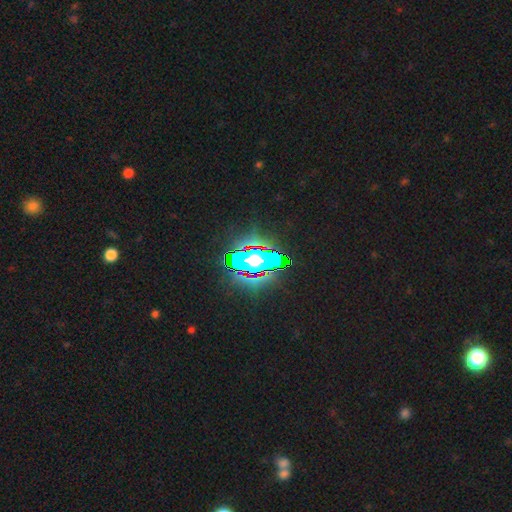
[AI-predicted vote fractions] Q: Smooth or featured?
A: star or artifact (80%); runner-up: smooth (10%)